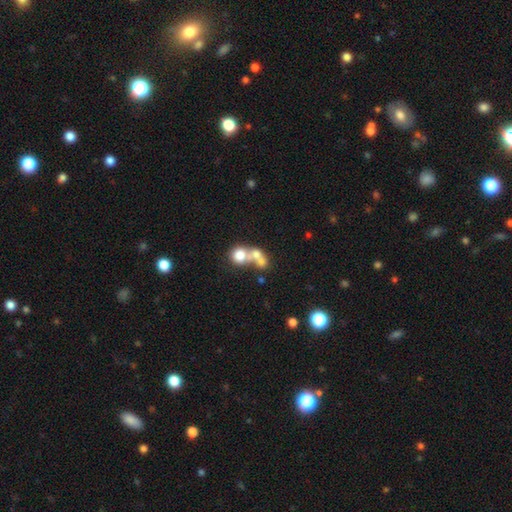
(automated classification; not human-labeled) Q: Smooth or featured?
A: smooth (64%); runner-up: featured or disk (24%)
Q: How rounded?
A: round (71%); runner-up: in between (27%)
Q: Merging?
A: merger (67%); runner-up: none (22%)